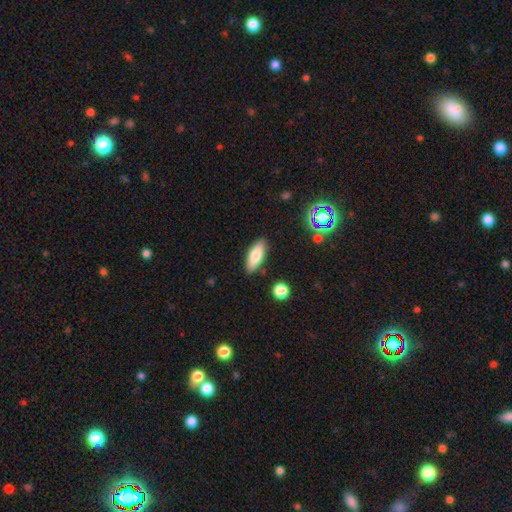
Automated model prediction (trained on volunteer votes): smooth_or_featured: smooth (p=0.72) [alt: featured or disk p=0.20]
how_rounded: in between (p=0.67) [alt: cigar-shaped p=0.30]
merging: none (p=0.86) [alt: minor disturbance p=0.10]